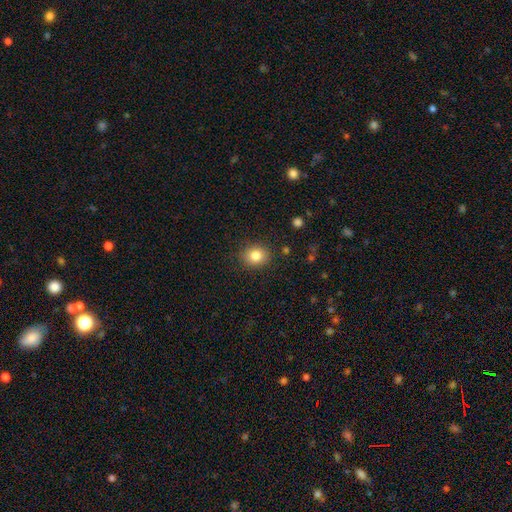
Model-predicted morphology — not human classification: Smooth or featured?
  - smooth: 82% *
  - star or artifact: 10%
  - featured or disk: 8%
How rounded?
  - round: 64% *
  - in between: 35%
  - cigar-shaped: 1%
Merging?
  - none: 87% *
  - minor disturbance: 9%
  - major disturbance: 3%
  - merger: 1%